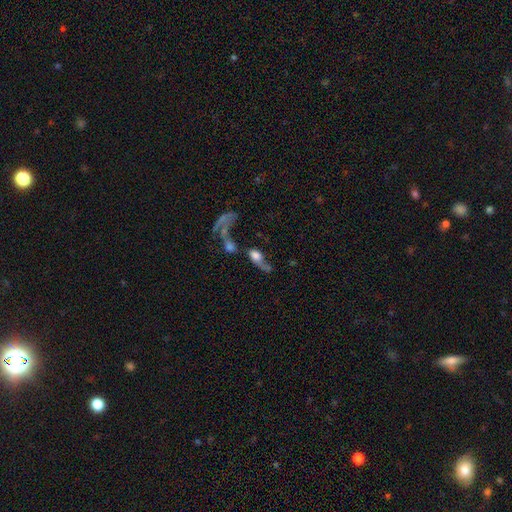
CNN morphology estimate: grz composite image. It shows a smooth galaxy with no disk features (49%). Merging: merger (43%).